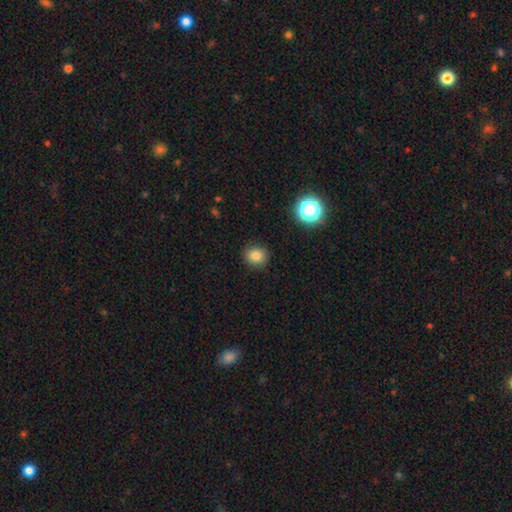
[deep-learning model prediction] smooth 82%, star or artifact 13%, featured or disk 5%. Down the decision tree: how rounded — round (79%); merging — none (89%).